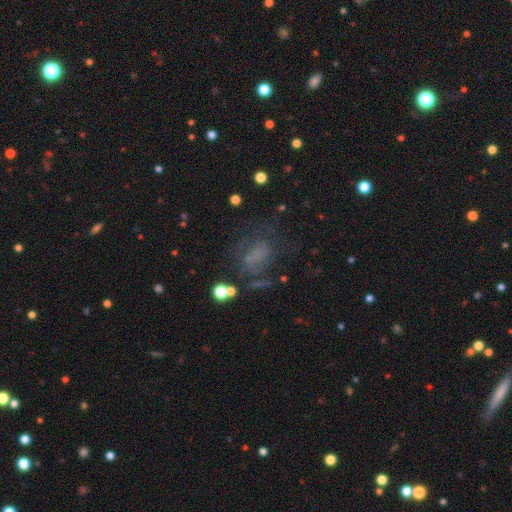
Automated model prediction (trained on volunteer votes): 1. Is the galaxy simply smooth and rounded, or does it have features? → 39% featured or disk, 36% smooth, 24% star or artifact.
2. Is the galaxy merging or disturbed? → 44% none, 29% major disturbance, 21% minor disturbance, 5% merger.